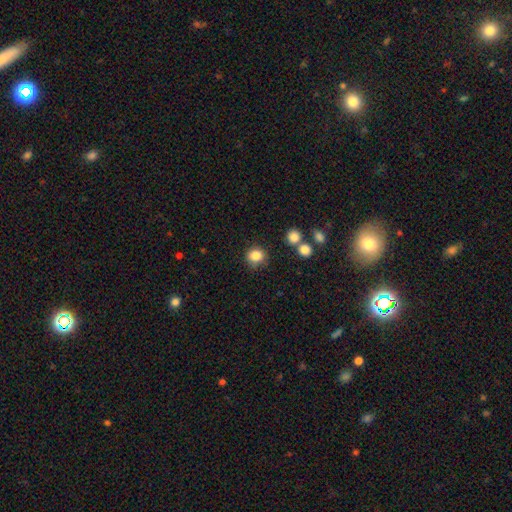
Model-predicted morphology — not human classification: smooth-or-featured: smooth: 84% | star or artifact: 11% | featured or disk: 5%
  how-rounded: round: 79% | in between: 20% | cigar-shaped: 1%
  merging: none: 81% | minor disturbance: 11% | merger: 5% | major disturbance: 3%